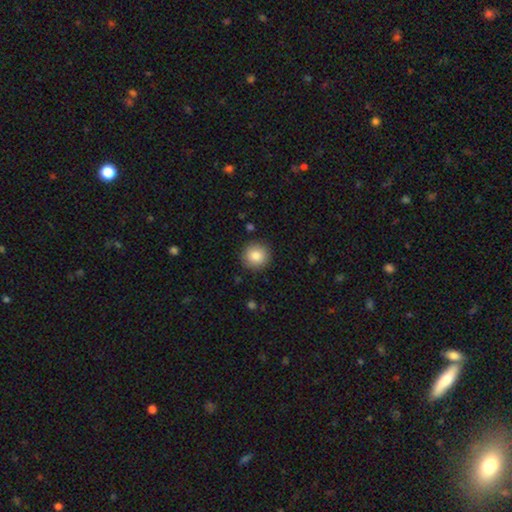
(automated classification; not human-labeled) Overall: smooth (85%). How rounded: round (93%). Merging: none (90%).